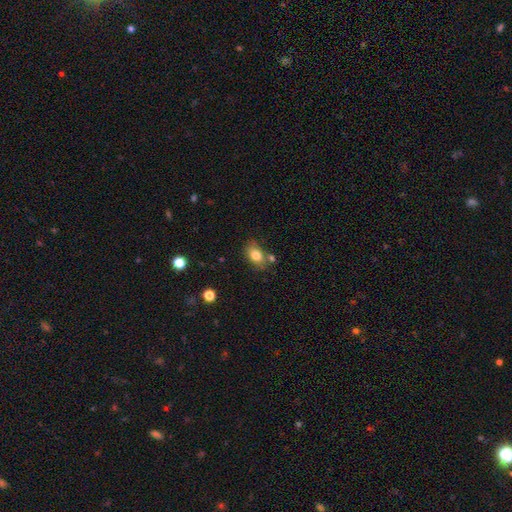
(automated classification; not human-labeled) smooth 79%, featured or disk 12%, star or artifact 9%. Down the decision tree: how rounded — in between (79%); merging — none (62%).